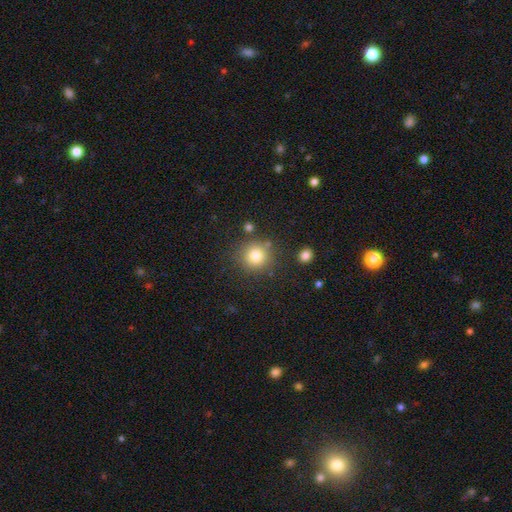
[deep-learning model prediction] This is likely a smooth galaxy (80%). How rounded: clearly round (93%). Merging: clearly none (82%).